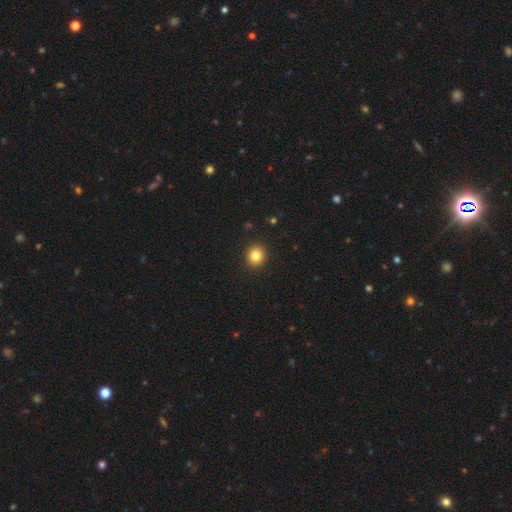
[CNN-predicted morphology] smooth-or-featured: smooth: 83% | star or artifact: 10% | featured or disk: 6%
  how-rounded: round: 85% | in between: 14% | cigar-shaped: 1%
  merging: none: 92% | minor disturbance: 5% | major disturbance: 2% | merger: 1%